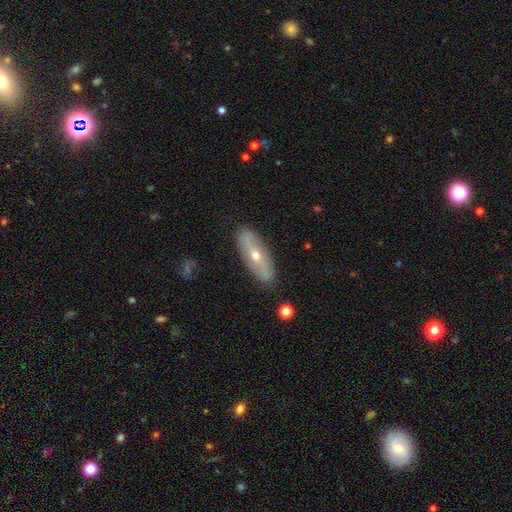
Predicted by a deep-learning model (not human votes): A featured or disk galaxy (55%).

Vote fractions:
- Smooth or featured? featured or disk: 55% / smooth: 39% / star or artifact: 7%
- Edge-on disk? no: 69% / yes: 31%
- Merging? none: 85% / minor disturbance: 11% / major disturbance: 3% / merger: 1%